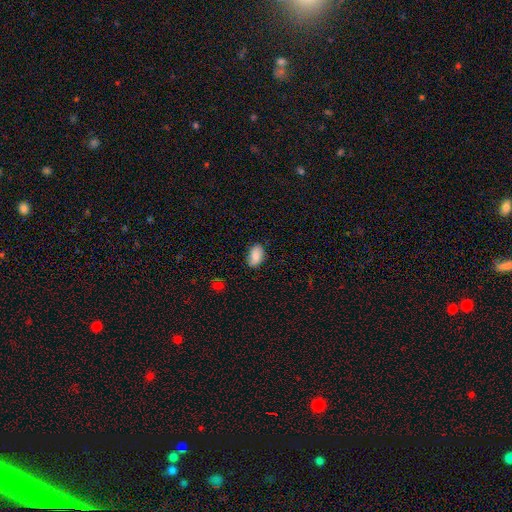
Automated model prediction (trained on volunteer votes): This appears to be a smooth galaxy with no disk features (83%) that is in between round and cigar-shaped (90%). Merging: none (81%).